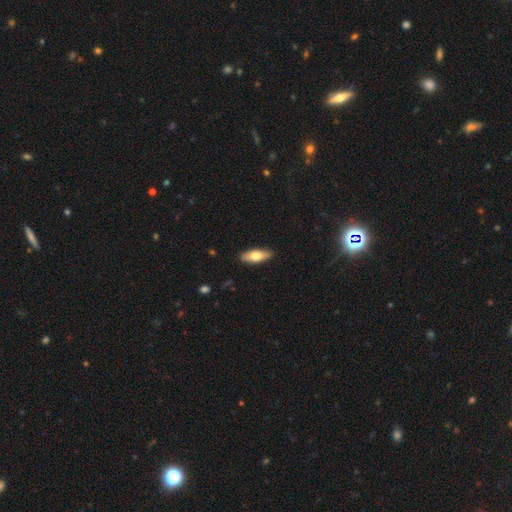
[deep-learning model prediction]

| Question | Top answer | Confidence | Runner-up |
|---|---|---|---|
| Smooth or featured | smooth | 70% | featured or disk (24%) |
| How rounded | in between | 69% | cigar-shaped (29%) |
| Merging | none | 89% | minor disturbance (8%) |